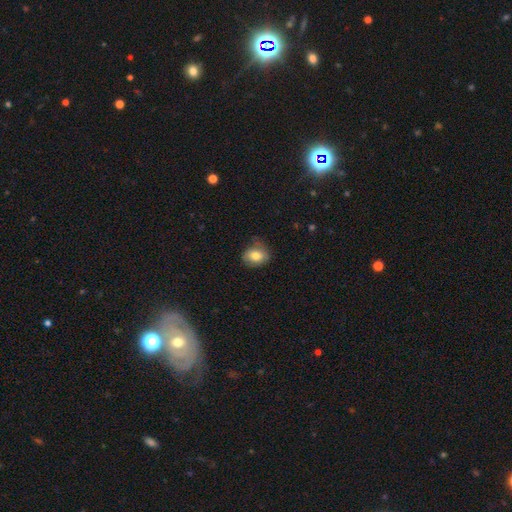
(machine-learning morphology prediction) Smooth or featured: smooth — 74% (featured or disk — 18%)
How rounded: in between — 52% (round — 47%)
Merging: none — 63% (minor disturbance — 28%)